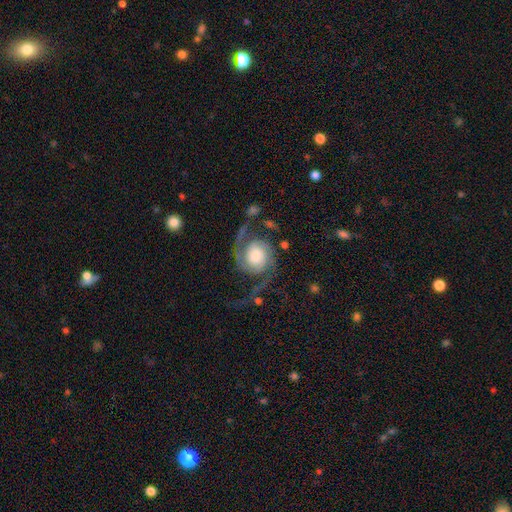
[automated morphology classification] featured or disk 89%, smooth 6%, star or artifact 5%. Down the decision tree: edge-on disk — no (98%); bar — no (73%); spiral arms — yes (98%); spiral arm count — 2 (92%); spiral winding — medium (45%); bulge size — large (43%); merging — none (63%).